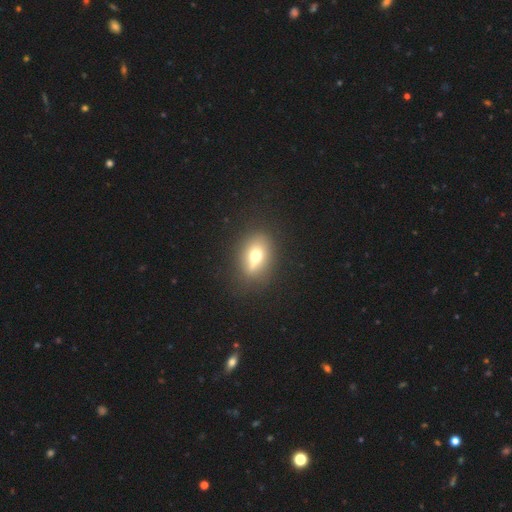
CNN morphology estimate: Smooth or featured: smooth — 58% (featured or disk — 29%)
How rounded: in between — 61% (round — 35%)
Merging: none — 74% (minor disturbance — 15%)